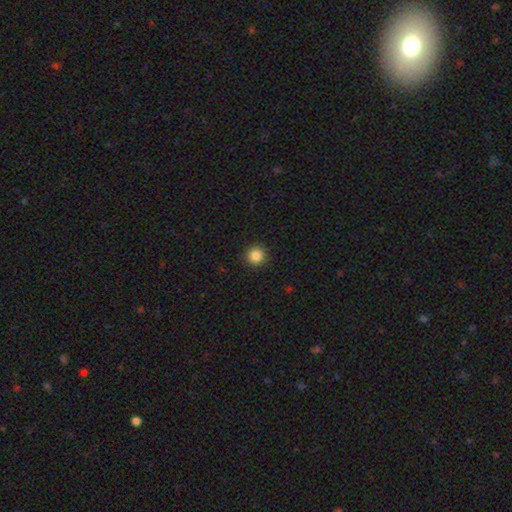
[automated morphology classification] This appears to be a smooth galaxy with no disk features (86%) that is round (95%). Merging: none (92%).